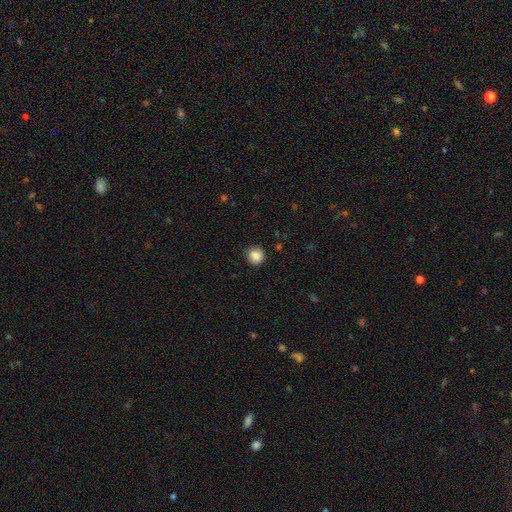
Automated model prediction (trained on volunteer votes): A smooth galaxy with no disk features (86%) that is round (90%). Merging: none (86%).